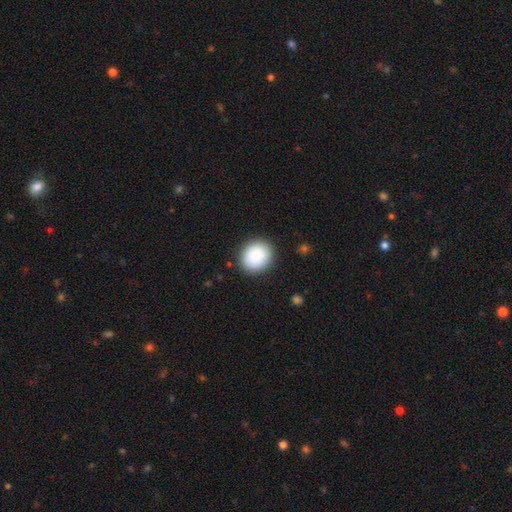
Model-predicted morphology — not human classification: Smooth or featured: smooth — 89% (star or artifact — 7%)
How rounded: round — 73% (in between — 26%)
Merging: none — 88% (minor disturbance — 8%)